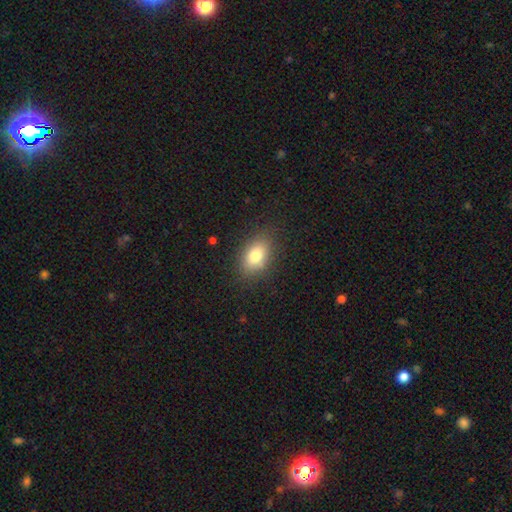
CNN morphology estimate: Overall: smooth (80%). How rounded: in between (83%). Merging: none (84%).